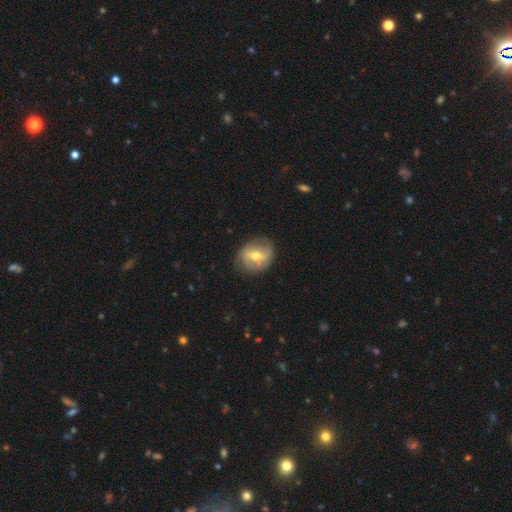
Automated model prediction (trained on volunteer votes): smooth-or-featured: featured or disk: 56% | smooth: 37% | star or artifact: 7%
  disk-edge-on: no: 94% | yes: 6%
    bar: weak: 44% | strong: 34% | no: 22%
    has-spiral-arms: yes: 55% | no: 45%
    bulge-size: moderate: 70% | small: 23% | large: 5% | none: 1% | dominant: 1%
  merging: none: 76% | minor disturbance: 17% | major disturbance: 6% | merger: 1%